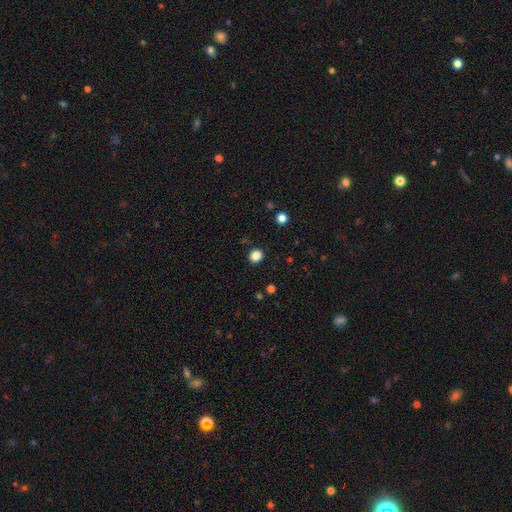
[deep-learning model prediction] Smooth or featured? smooth (85%)
How rounded? round (85%)
Merging? none (91%)